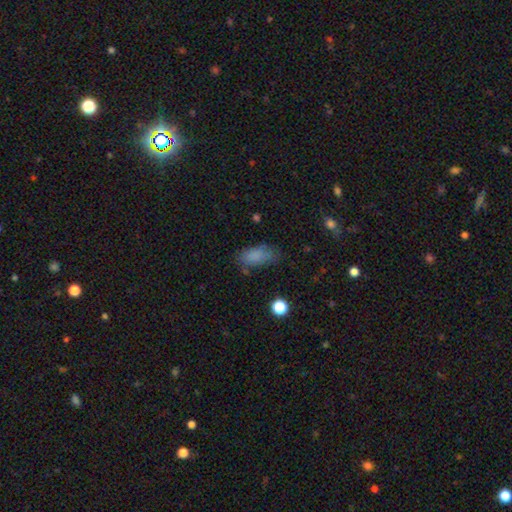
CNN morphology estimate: Q: Smooth or featured?
A: smooth (81%); runner-up: star or artifact (11%)
Q: How rounded?
A: in between (88%); runner-up: cigar-shaped (8%)
Q: Merging?
A: none (64%); runner-up: minor disturbance (25%)